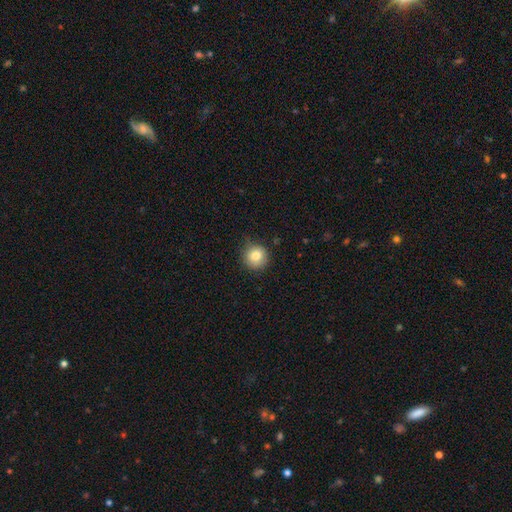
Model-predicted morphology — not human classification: type=smooth (82%); roundness=round (92%); merging=none (81%).